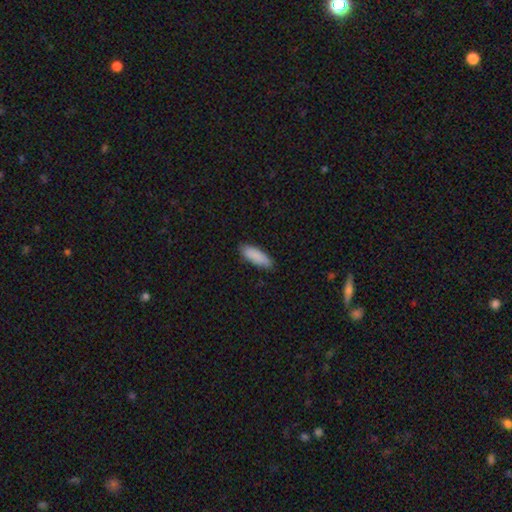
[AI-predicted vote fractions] Smooth or featured? smooth (89%)
How rounded? in between (66%)
Merging? none (83%)